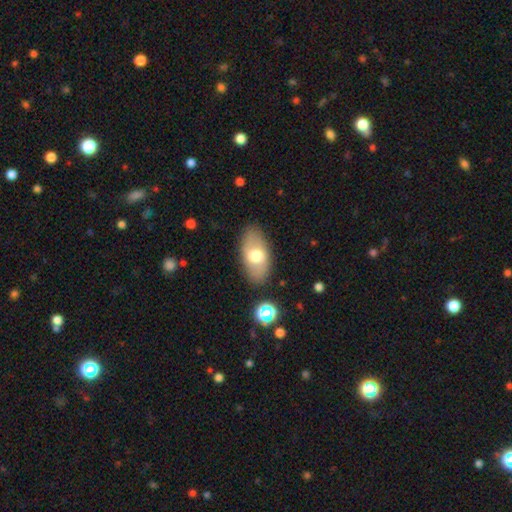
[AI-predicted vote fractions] smooth 64%, featured or disk 29%, star or artifact 7%. Down the decision tree: how rounded — in between (92%); merging — none (83%).